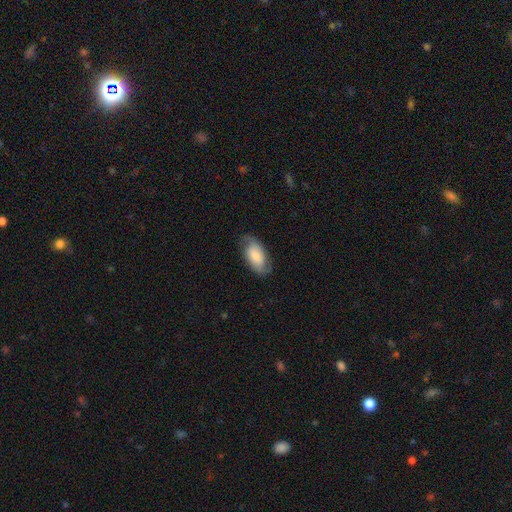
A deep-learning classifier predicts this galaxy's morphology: Smooth or featured: smooth — 66% (featured or disk — 27%)
How rounded: in between — 93% (cigar-shaped — 4%)
Merging: none — 71% (minor disturbance — 21%)